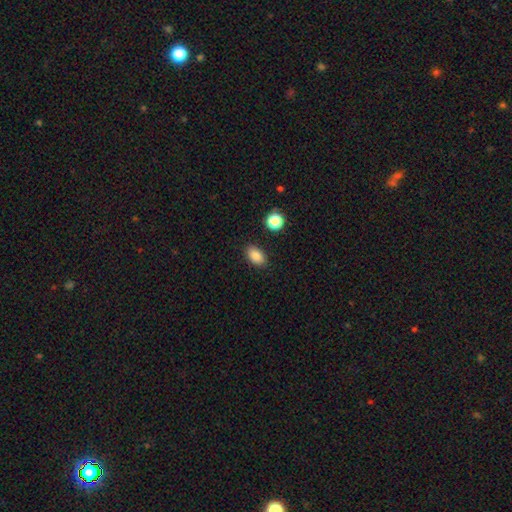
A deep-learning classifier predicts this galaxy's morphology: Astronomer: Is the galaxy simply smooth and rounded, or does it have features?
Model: smooth — 86%.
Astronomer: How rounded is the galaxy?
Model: in between — 89%.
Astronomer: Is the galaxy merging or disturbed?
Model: none — 87%.